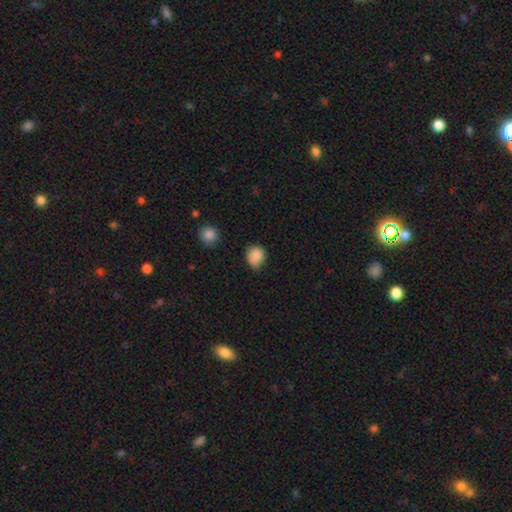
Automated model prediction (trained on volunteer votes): This is clearly a smooth galaxy (86%). How rounded: likely round (70%). Merging: possibly none (53%).